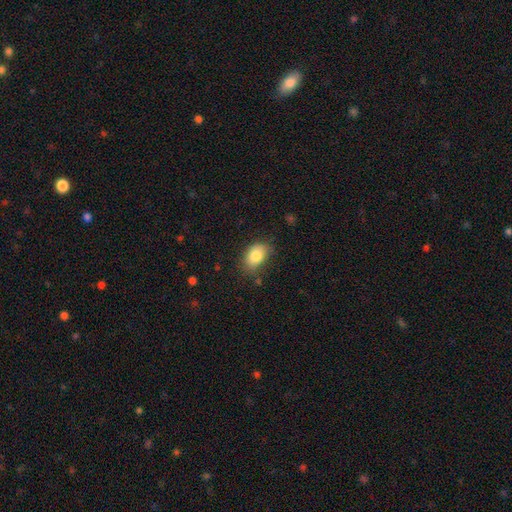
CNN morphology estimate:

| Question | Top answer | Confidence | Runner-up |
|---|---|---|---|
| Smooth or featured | smooth | 83% | featured or disk (9%) |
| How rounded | in between | 84% | round (15%) |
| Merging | none | 70% | minor disturbance (22%) |